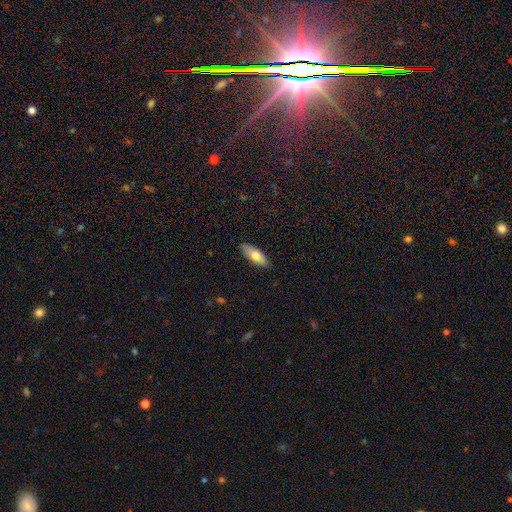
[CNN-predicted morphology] This is likely a smooth galaxy (72%). How rounded: likely in between (73%). Merging: clearly none (86%).